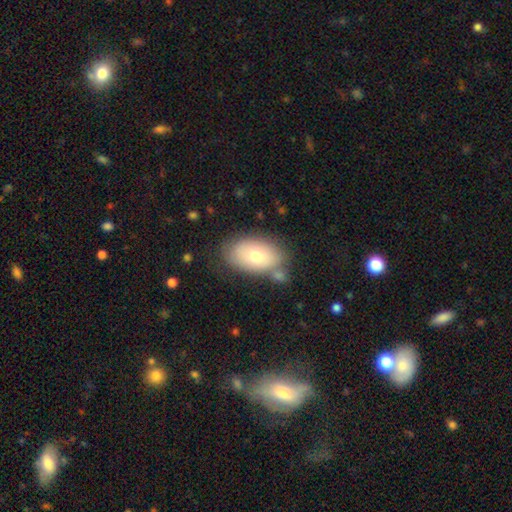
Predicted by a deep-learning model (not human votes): Smooth or featured?
  - smooth: 72% *
  - featured or disk: 21%
  - star or artifact: 7%
How rounded?
  - in between: 90% *
  - round: 8%
  - cigar-shaped: 1%
Merging?
  - none: 69% *
  - minor disturbance: 17%
  - merger: 10%
  - major disturbance: 5%